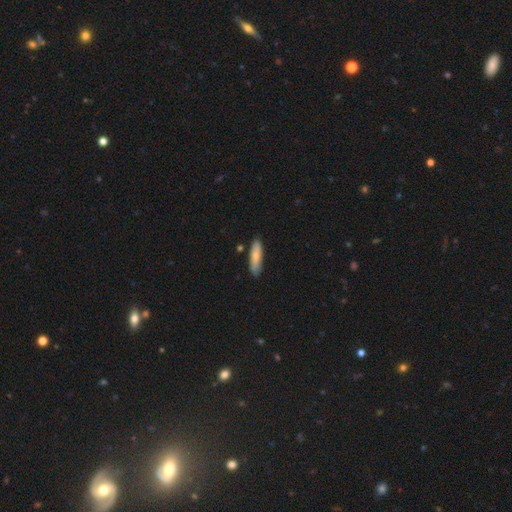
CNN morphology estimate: This appears to be a smooth galaxy with no disk features (73%) that is cigar-shaped (67%). Merging: none (83%).